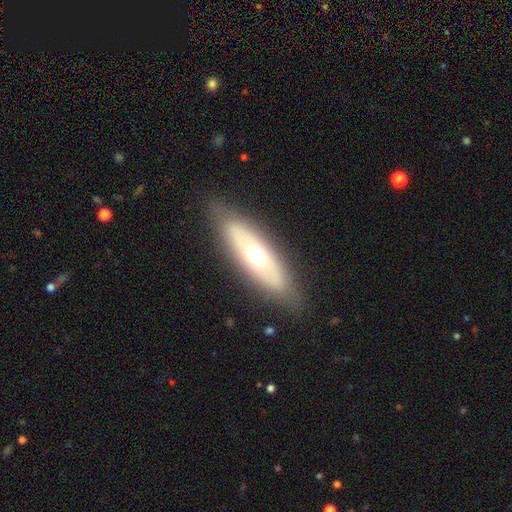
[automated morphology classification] This is possibly a smooth galaxy (48%). Merging: clearly none (84%).